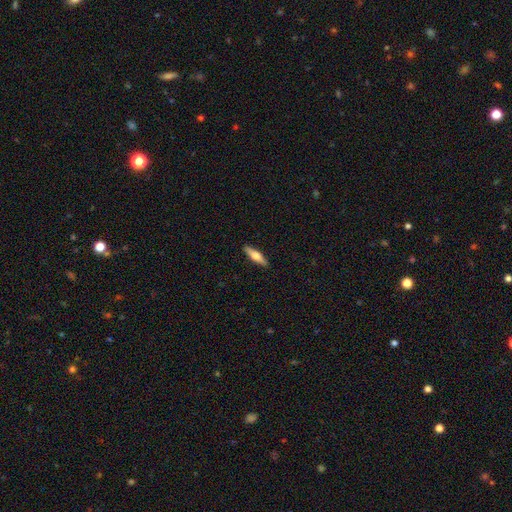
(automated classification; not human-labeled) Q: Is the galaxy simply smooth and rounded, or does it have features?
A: smooth — 51%.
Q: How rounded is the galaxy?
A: cigar-shaped — 68%.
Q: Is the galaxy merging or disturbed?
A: none — 91%.